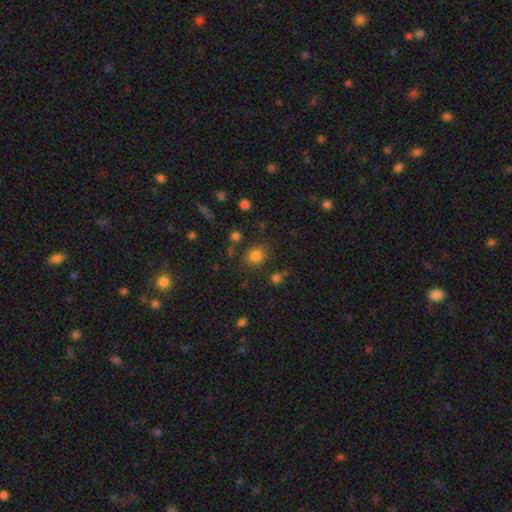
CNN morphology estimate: Q: Smooth or featured?
A: smooth (82%); runner-up: star or artifact (13%)
Q: How rounded?
A: round (78%); runner-up: in between (21%)
Q: Merging?
A: none (81%); runner-up: minor disturbance (10%)